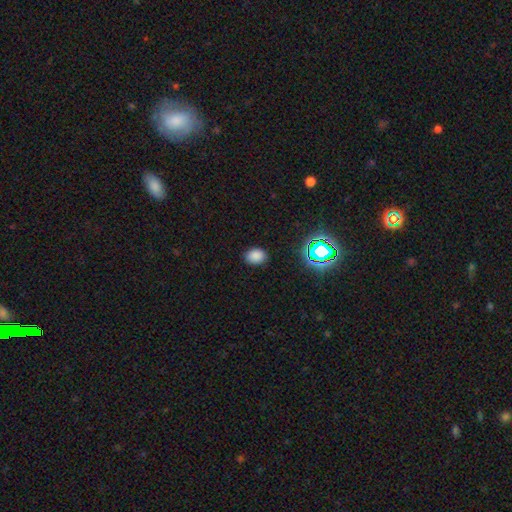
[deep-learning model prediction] Q: Smooth or featured?
A: smooth (80%); runner-up: star or artifact (16%)
Q: How rounded?
A: in between (68%); runner-up: round (31%)
Q: Merging?
A: none (86%); runner-up: minor disturbance (10%)